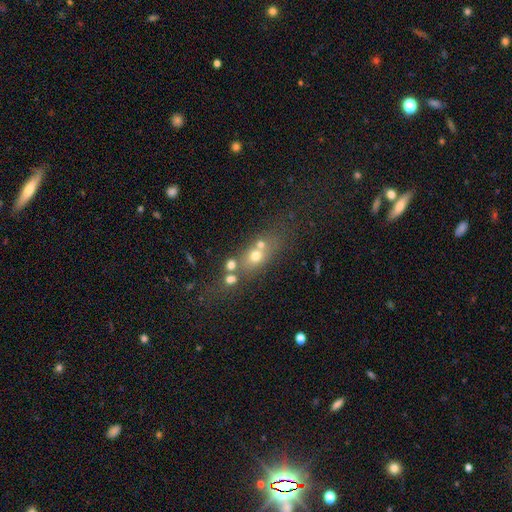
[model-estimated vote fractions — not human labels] Q: Smooth or featured?
A: smooth (60%); runner-up: featured or disk (23%)
Q: How rounded?
A: in between (48%); runner-up: round (41%)
Q: Merging?
A: none (44%); runner-up: merger (36%)